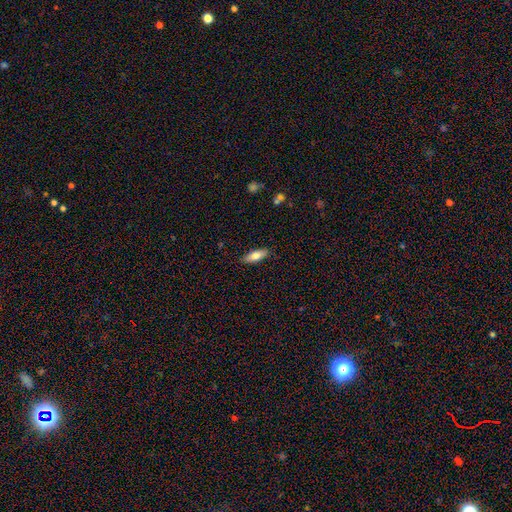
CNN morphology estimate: A smooth galaxy with no disk features (74%) that is in between round and cigar-shaped (65%). Merging: none (87%).